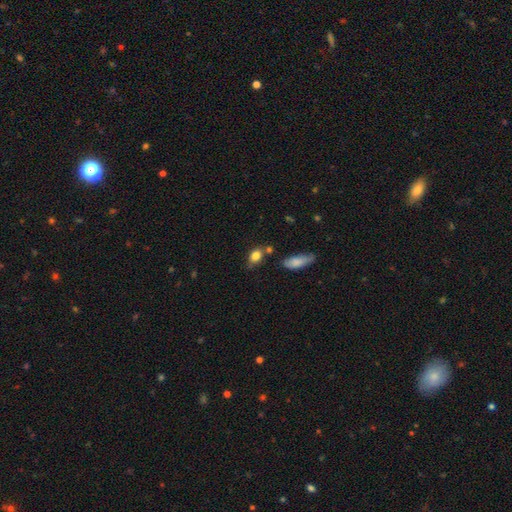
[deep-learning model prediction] A smooth galaxy with no disk features (83%) that is in between round and cigar-shaped (71%). Merging: none (57%).